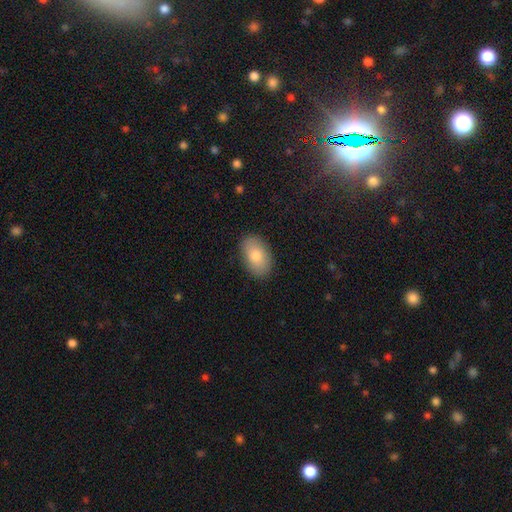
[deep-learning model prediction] Q: Smooth or featured?
A: smooth (79%); runner-up: featured or disk (14%)
Q: How rounded?
A: in between (91%); runner-up: round (8%)
Q: Merging?
A: none (88%); runner-up: minor disturbance (9%)